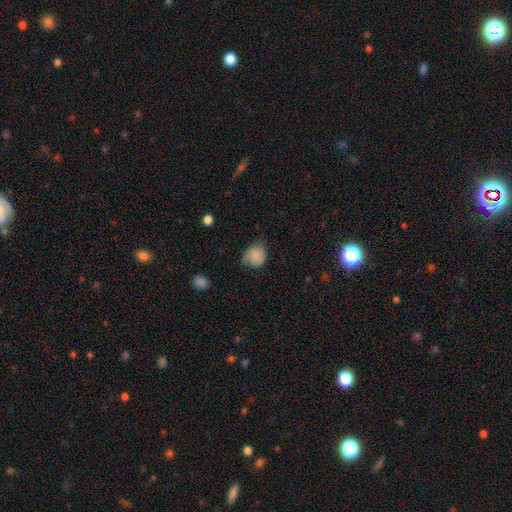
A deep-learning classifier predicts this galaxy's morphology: type=smooth (76%); roundness=round (64%); merging=none (49%).